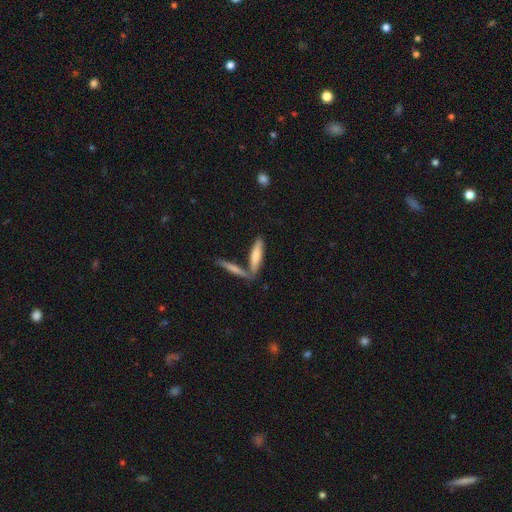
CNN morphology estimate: Overall: smooth (66%; featured or disk 28%). How rounded: cigar-shaped (78%). Merging: none (59%; merger 27%).